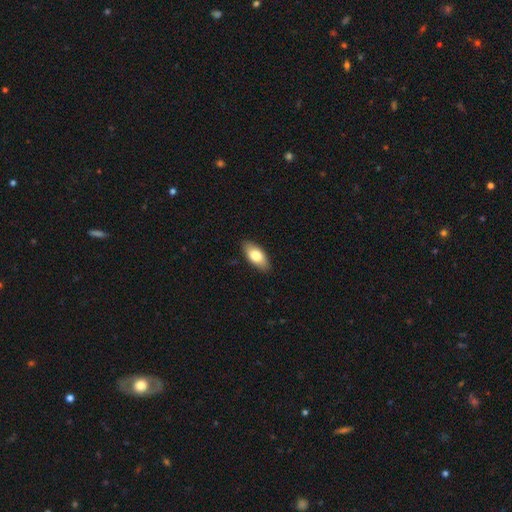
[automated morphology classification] This appears to be a smooth galaxy with no disk features (76%) that is in between round and cigar-shaped (89%). Merging: none (88%).